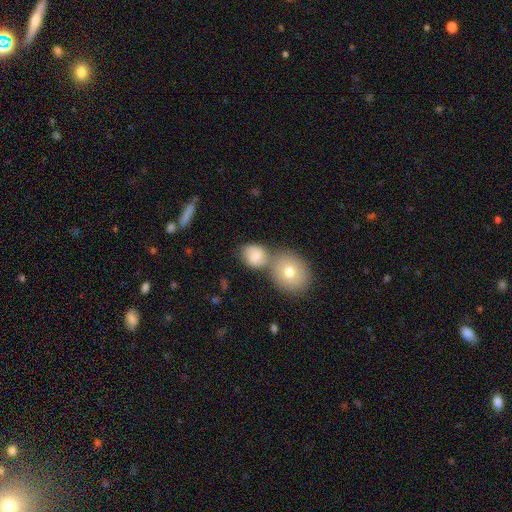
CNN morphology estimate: A smooth galaxy with no disk features (71%) that is round (59%).

Vote fractions:
- Smooth or featured? smooth: 71% / featured or disk: 17% / star or artifact: 11%
- How rounded? round: 59% / in between: 39% / cigar-shaped: 2%
- Merging? none: 42% / merger: 41% / minor disturbance: 12% / major disturbance: 5%